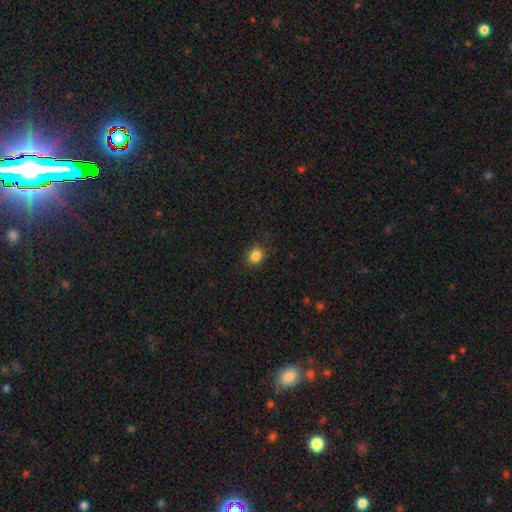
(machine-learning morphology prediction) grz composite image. It shows a smooth galaxy with no disk features (85%) that is round (66%). Merging: none (84%).